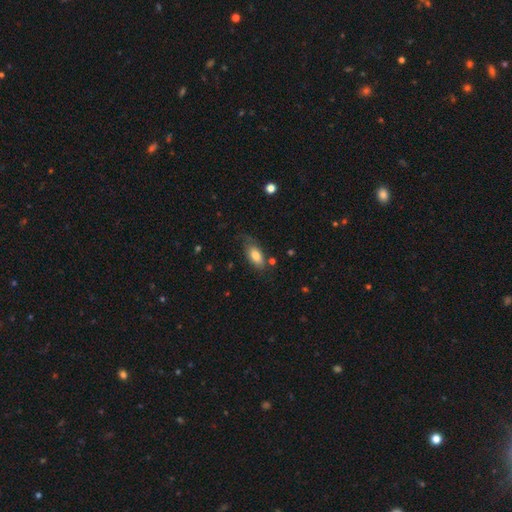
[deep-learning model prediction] A smooth galaxy with no disk features (77%) that is in between round and cigar-shaped (88%). Merging: none (59%).